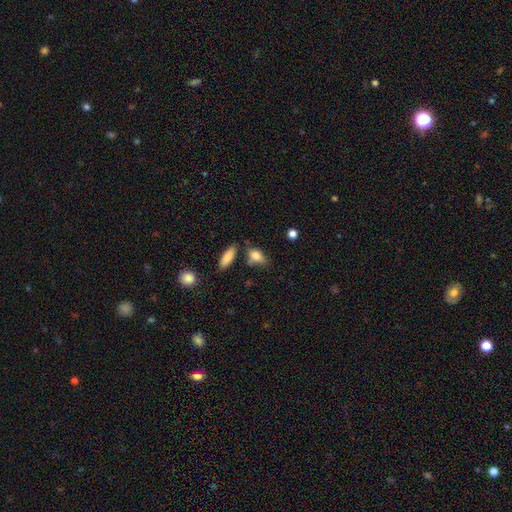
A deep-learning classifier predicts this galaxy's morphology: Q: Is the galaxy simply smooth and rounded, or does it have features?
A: smooth — 81%.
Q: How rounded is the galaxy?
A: in between — 79%.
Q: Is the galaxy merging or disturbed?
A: none — 60%.